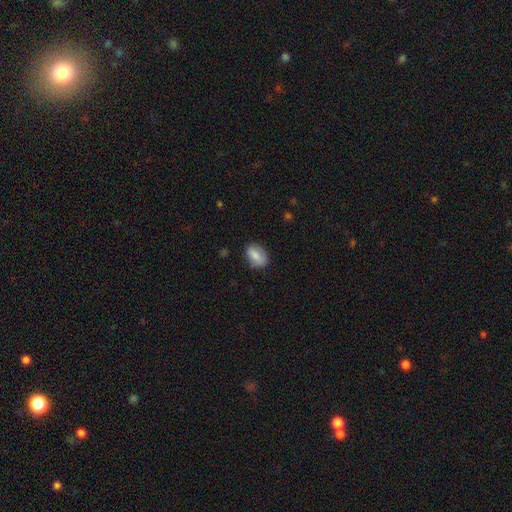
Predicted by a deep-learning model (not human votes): This appears to be a smooth galaxy with no disk features (80%) that is in between round and cigar-shaped (83%). Merging: none (79%).